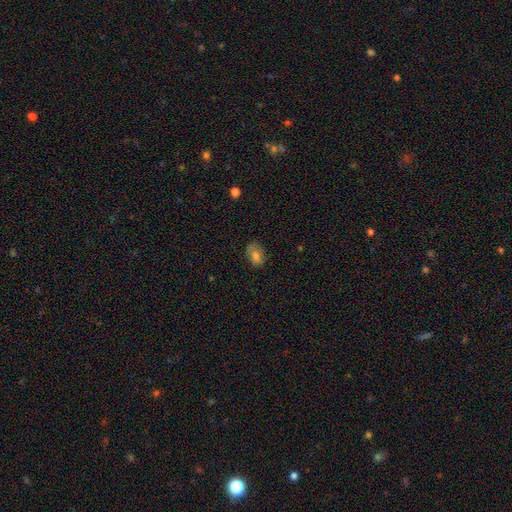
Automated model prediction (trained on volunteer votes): smooth_or_featured: smooth (p=0.72) [alt: featured or disk p=0.17]
how_rounded: in between (p=0.82) [alt: round p=0.16]
merging: none (p=0.68) [alt: minor disturbance p=0.24]